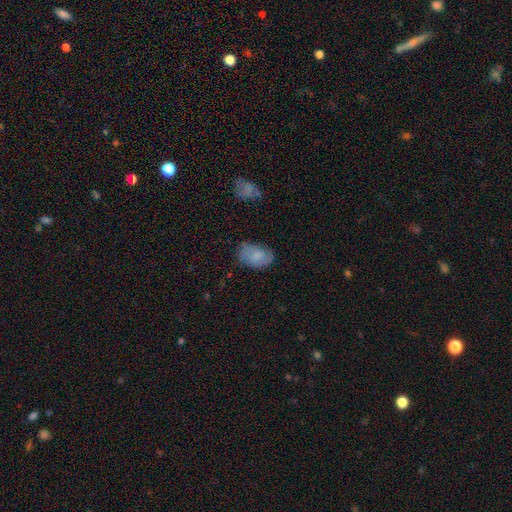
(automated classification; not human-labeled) Smooth or featured? smooth (72%)
How rounded? in between (91%)
Merging? none (68%)